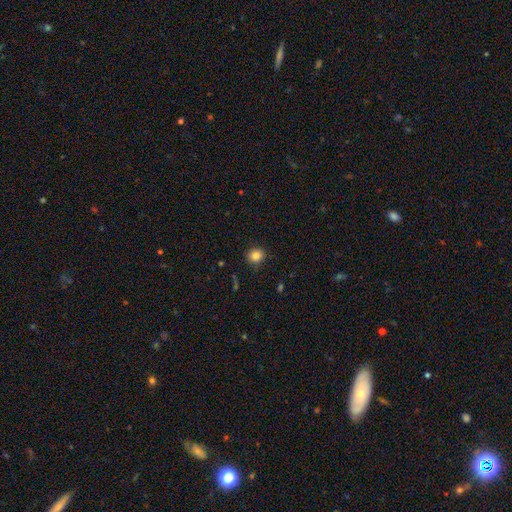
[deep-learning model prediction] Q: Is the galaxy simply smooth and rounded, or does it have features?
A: smooth — 83%.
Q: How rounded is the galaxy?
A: round — 84%.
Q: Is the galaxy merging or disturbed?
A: none — 89%.